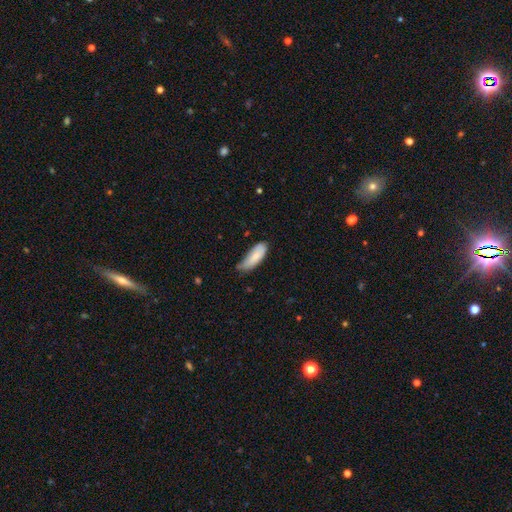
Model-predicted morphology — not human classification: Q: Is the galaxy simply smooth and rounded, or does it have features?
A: smooth — 81%.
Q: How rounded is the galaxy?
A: in between — 71%.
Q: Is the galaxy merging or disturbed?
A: minor disturbance — 46%.